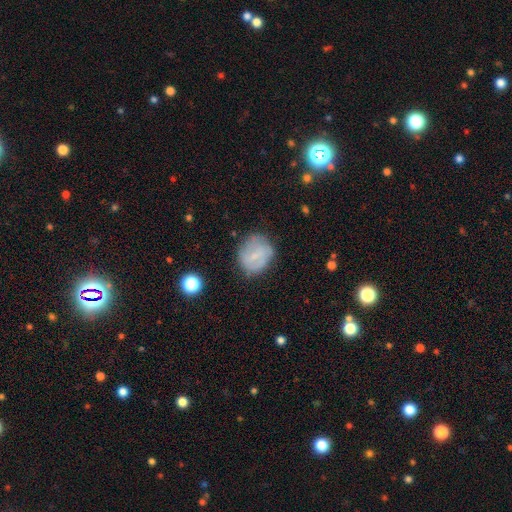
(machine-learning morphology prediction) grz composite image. It shows a smooth galaxy with no disk features (55%) that is round (73%). Merging: none (69%).